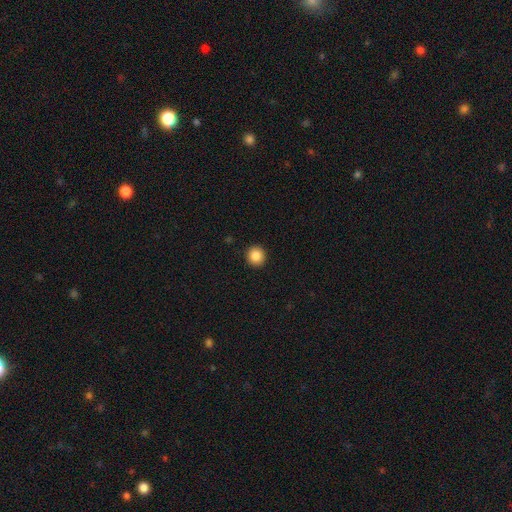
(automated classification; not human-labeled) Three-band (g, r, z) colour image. It shows a smooth galaxy with no disk features (86%) that is round (93%). Merging: none (93%).